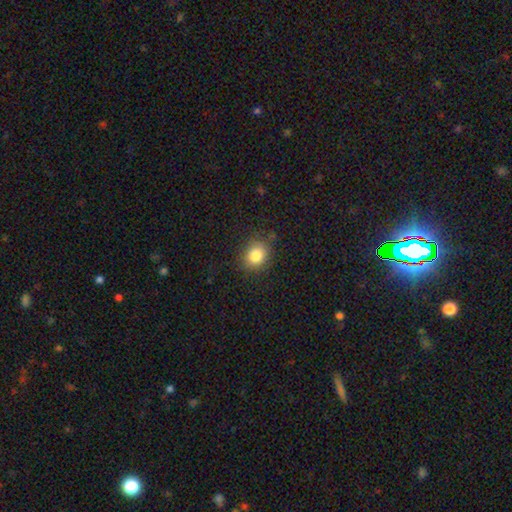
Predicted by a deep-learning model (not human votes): Q: Smooth or featured?
A: smooth (83%); runner-up: star or artifact (11%)
Q: How rounded?
A: round (64%); runner-up: in between (35%)
Q: Merging?
A: none (83%); runner-up: minor disturbance (12%)